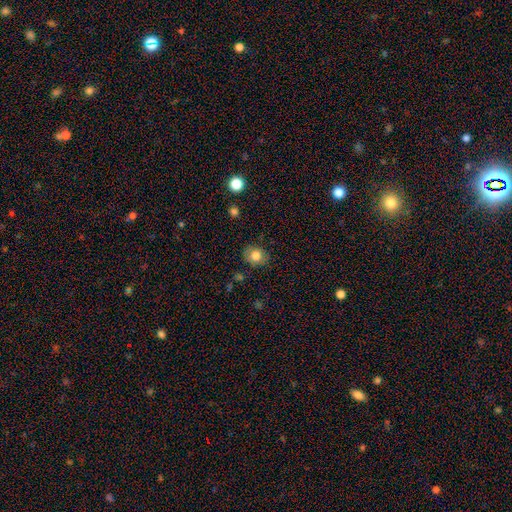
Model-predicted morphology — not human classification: smooth-or-featured: smooth: 80% | featured or disk: 10% | star or artifact: 10%
  how-rounded: round: 64% | in between: 35% | cigar-shaped: 1%
  merging: none: 82% | minor disturbance: 13% | major disturbance: 3% | merger: 2%